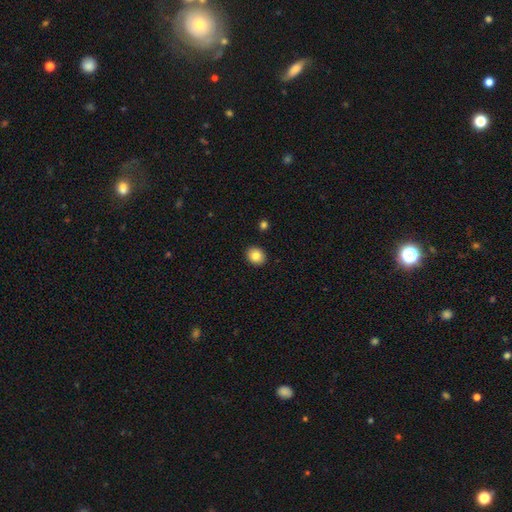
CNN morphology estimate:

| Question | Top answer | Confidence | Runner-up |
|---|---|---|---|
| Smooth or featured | smooth | 84% | star or artifact (9%) |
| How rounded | round | 60% | in between (39%) |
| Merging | none | 91% | minor disturbance (6%) |